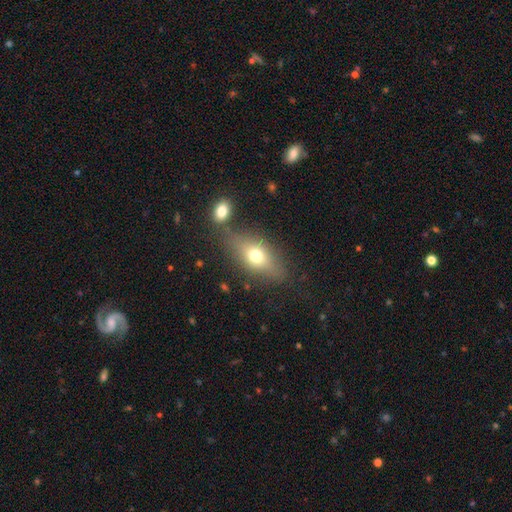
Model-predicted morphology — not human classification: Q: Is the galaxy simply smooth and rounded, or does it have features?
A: smooth — 67%.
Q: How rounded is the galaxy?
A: in between — 75%.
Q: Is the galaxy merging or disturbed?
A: none — 66%.